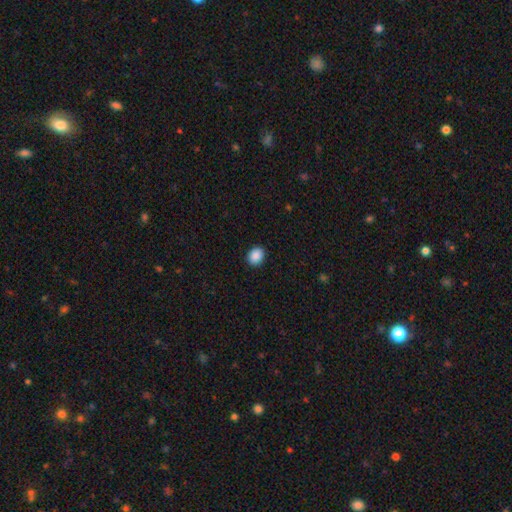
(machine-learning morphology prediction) Smooth or featured?
  - smooth: 89% *
  - star or artifact: 8%
  - featured or disk: 3%
How rounded?
  - round: 53% *
  - in between: 47%
  - cigar-shaped: 1%
Merging?
  - none: 91% *
  - minor disturbance: 6%
  - major disturbance: 2%
  - merger: 1%